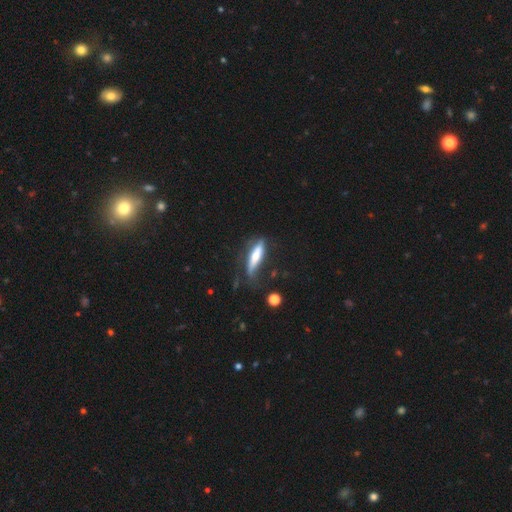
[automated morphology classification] This is possibly a smooth galaxy (52%). How rounded: likely cigar-shaped (77%). Merging: possibly none (53%).